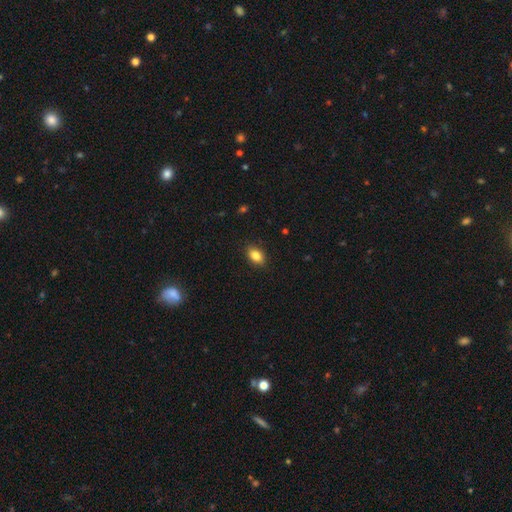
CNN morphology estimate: Smooth or featured? smooth (85%)
How rounded? in between (85%)
Merging? none (88%)